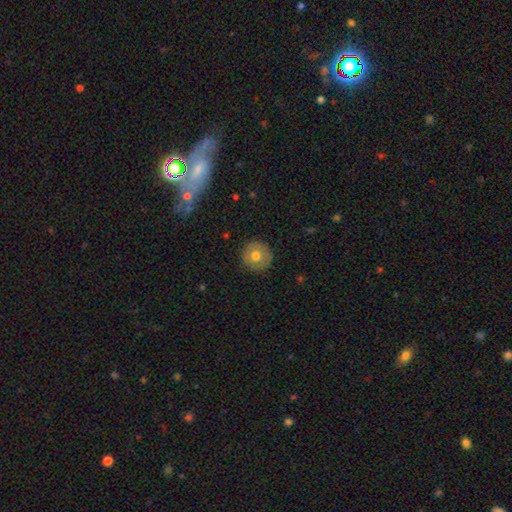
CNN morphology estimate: smooth_or_featured: smooth (p=0.68) [alt: featured or disk p=0.24]
how_rounded: round (p=0.95) [alt: in between p=0.04]
merging: none (p=0.90) [alt: minor disturbance p=0.07]